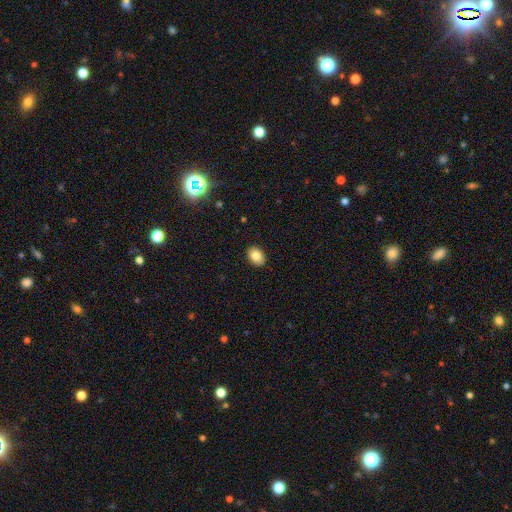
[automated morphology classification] smooth-or-featured: smooth: 83% | star or artifact: 9% | featured or disk: 8%
  how-rounded: in between: 75% | round: 24% | cigar-shaped: 1%
  merging: none: 90% | minor disturbance: 8% | major disturbance: 2% | merger: 1%